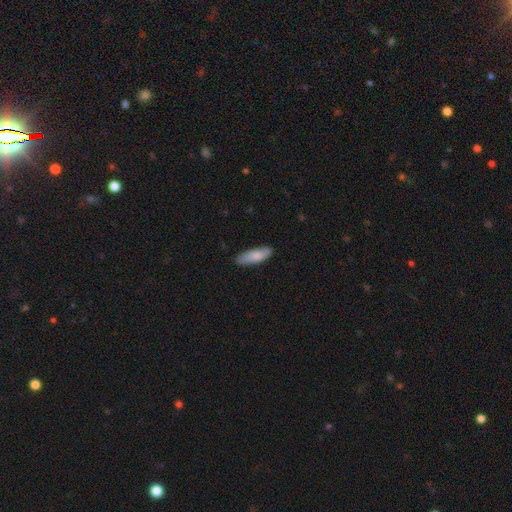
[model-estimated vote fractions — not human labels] Smooth or featured: smooth — 78% (featured or disk — 16%)
How rounded: in between — 56% (cigar-shaped — 42%)
Merging: none — 82% (minor disturbance — 15%)